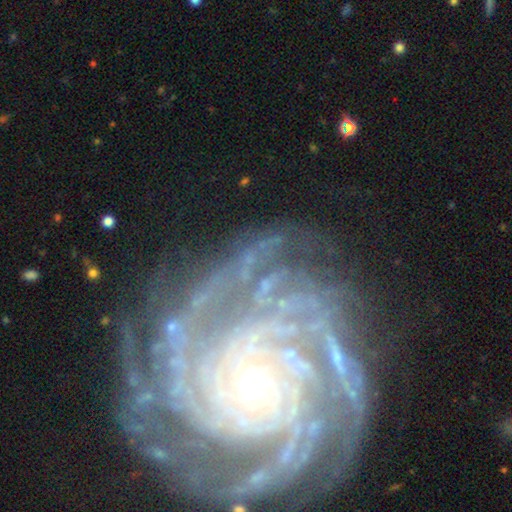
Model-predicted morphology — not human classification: Q: Smooth or featured?
A: featured or disk (90%); runner-up: star or artifact (6%)
Q: Edge-on disk?
A: no (98%); runner-up: yes (2%)
Q: Bar?
A: no (73%); runner-up: weak (17%)
Q: Spiral arms?
A: yes (98%); runner-up: no (2%)
Q: Spiral winding?
A: tight (81%); runner-up: medium (16%)
Q: Spiral arm count?
A: more than 4 (32%); runner-up: 4 (19%)
Q: Bulge size?
A: small (59%); runner-up: moderate (37%)
Q: Merging?
A: none (78%); runner-up: minor disturbance (14%)